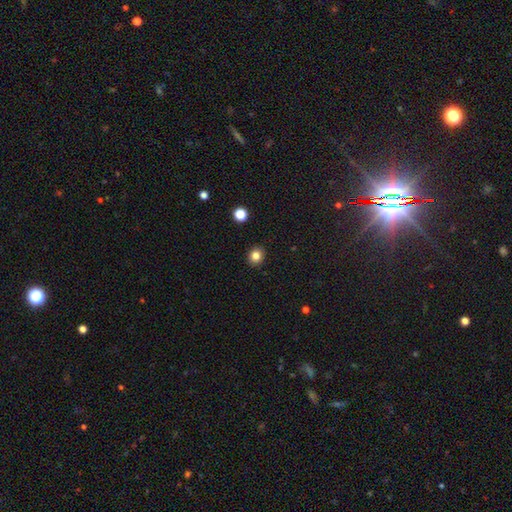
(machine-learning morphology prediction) Q: Smooth or featured?
A: smooth (83%); runner-up: star or artifact (12%)
Q: How rounded?
A: round (78%); runner-up: in between (21%)
Q: Merging?
A: none (91%); runner-up: minor disturbance (6%)